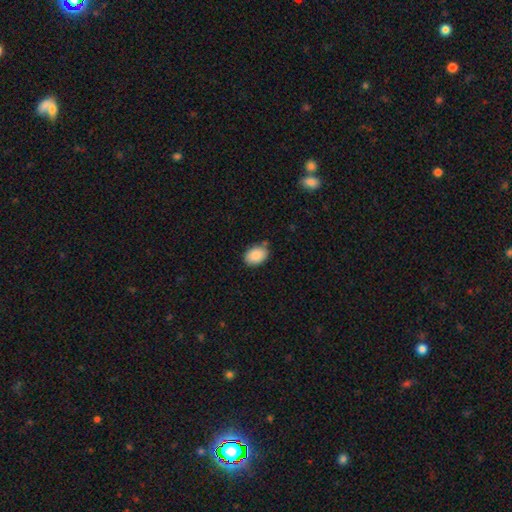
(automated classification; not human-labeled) Smooth or featured?
  - smooth: 89% *
  - star or artifact: 7%
  - featured or disk: 4%
How rounded?
  - in between: 83% *
  - round: 16%
  - cigar-shaped: 1%
Merging?
  - none: 78% *
  - minor disturbance: 16%
  - merger: 3%
  - major disturbance: 3%